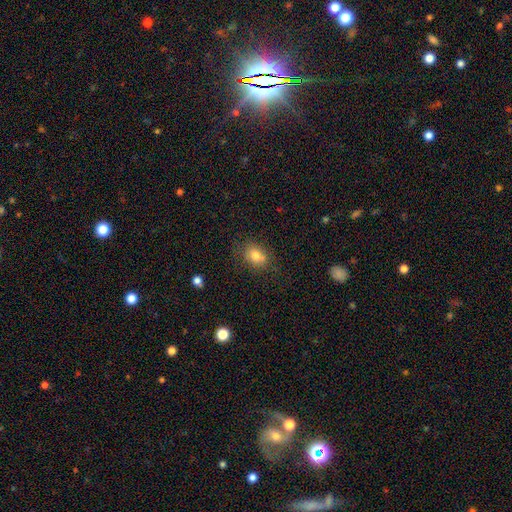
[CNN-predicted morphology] This appears to be a smooth galaxy with no disk features (79%) that is in between round and cigar-shaped (51%). Merging: none (70%).